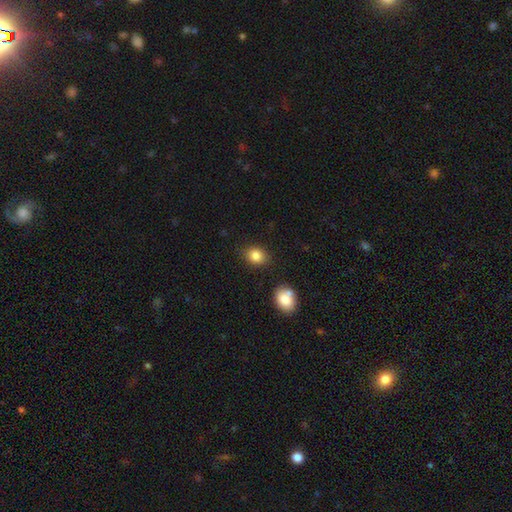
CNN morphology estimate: Smooth or featured?
  - smooth: 85% *
  - star or artifact: 10%
  - featured or disk: 5%
How rounded?
  - round: 52% *
  - in between: 46%
  - cigar-shaped: 1%
Merging?
  - none: 82% *
  - minor disturbance: 11%
  - merger: 4%
  - major disturbance: 3%